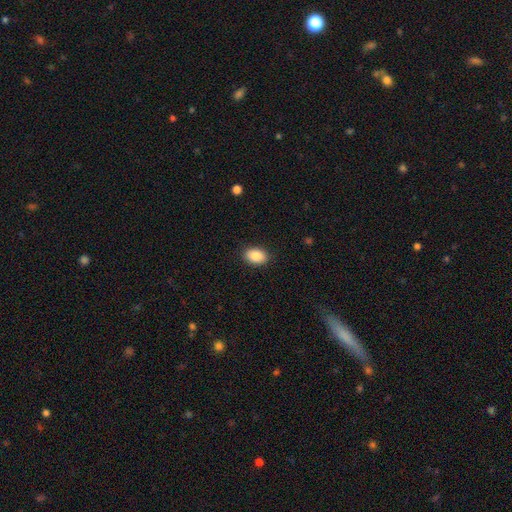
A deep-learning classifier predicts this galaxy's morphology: smooth 88%, star or artifact 7%, featured or disk 5%. Down the decision tree: how rounded — in between (85%); merging — none (88%).